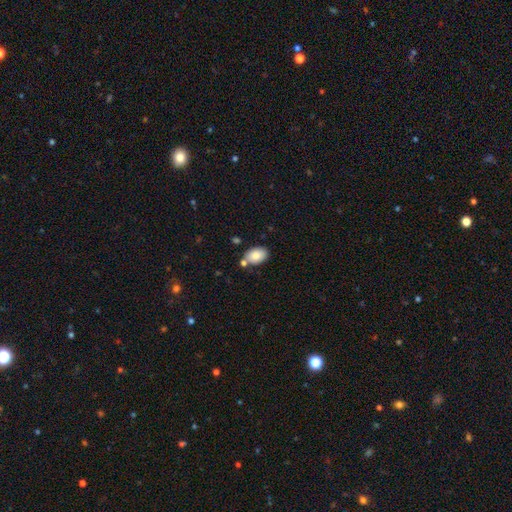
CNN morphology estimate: Overall: smooth (83%). How rounded: in between (88%). Merging: none (71%).